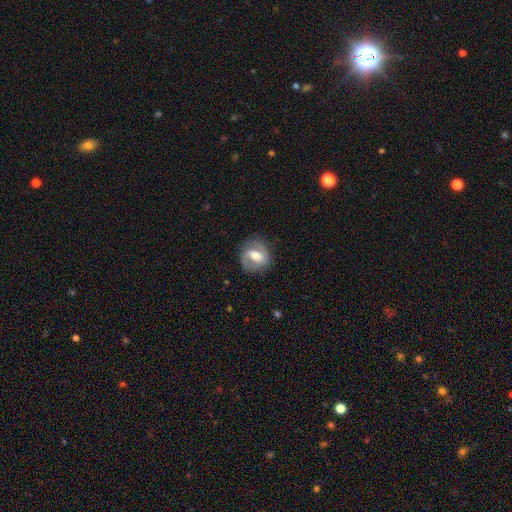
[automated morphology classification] A featured or disk galaxy (64%) with a weak bar (45%), spiral arms (78%) and a moderate central bulge (67%).

Vote fractions:
- Smooth or featured? featured or disk: 64% / smooth: 30% / star or artifact: 7%
- Edge-on disk? no: 96% / yes: 4%
- Bar? weak: 45% / strong: 35% / no: 20%
- Spiral arms? yes: 78% / no: 22%
- Bulge size? moderate: 67% / small: 16% / large: 15% / none: 2% / dominant: 1%
- Merging? none: 78% / minor disturbance: 14% / major disturbance: 6% / merger: 1%